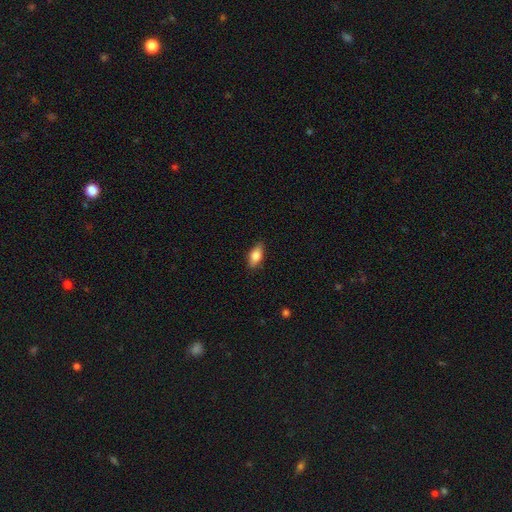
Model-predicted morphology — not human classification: Q: Smooth or featured?
A: smooth (79%); runner-up: featured or disk (14%)
Q: How rounded?
A: in between (85%); runner-up: cigar-shaped (11%)
Q: Merging?
A: none (83%); runner-up: minor disturbance (13%)